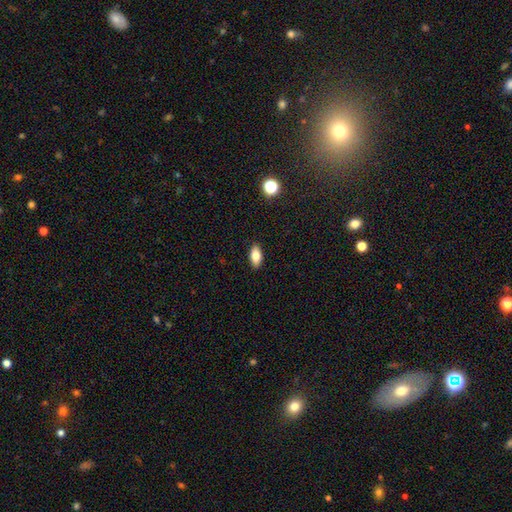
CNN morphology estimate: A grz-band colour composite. It shows a smooth galaxy with no disk features (81%) that is in between round and cigar-shaped (88%). Merging: none (90%).